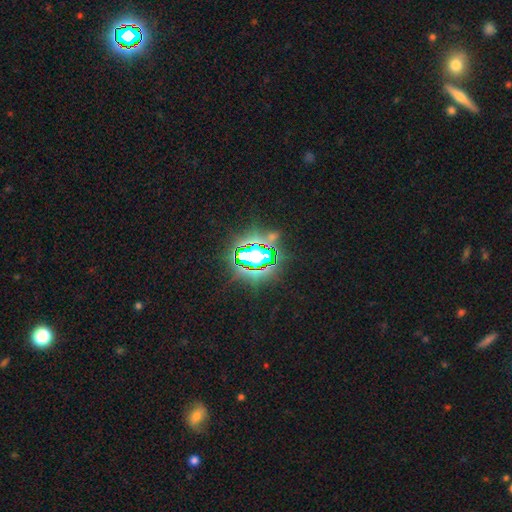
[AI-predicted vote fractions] A star or artifact, not a galaxy (78%).

Vote fractions:
- Smooth or featured? star or artifact: 78% / smooth: 12% / featured or disk: 9%